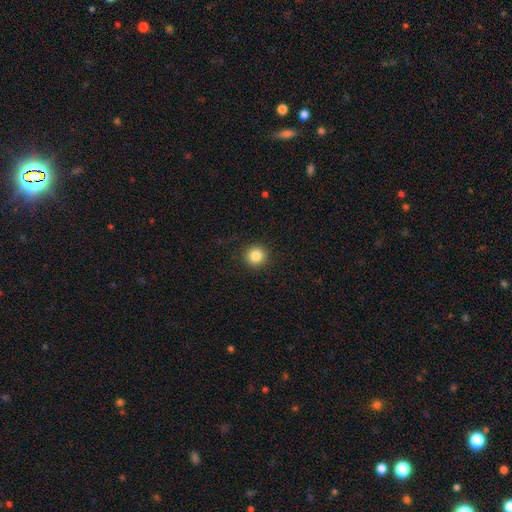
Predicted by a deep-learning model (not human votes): Smooth or featured?
  - smooth: 85% *
  - star or artifact: 11%
  - featured or disk: 5%
How rounded?
  - round: 94% *
  - in between: 5%
  - cigar-shaped: 1%
Merging?
  - none: 92% *
  - minor disturbance: 5%
  - major disturbance: 2%
  - merger: 1%